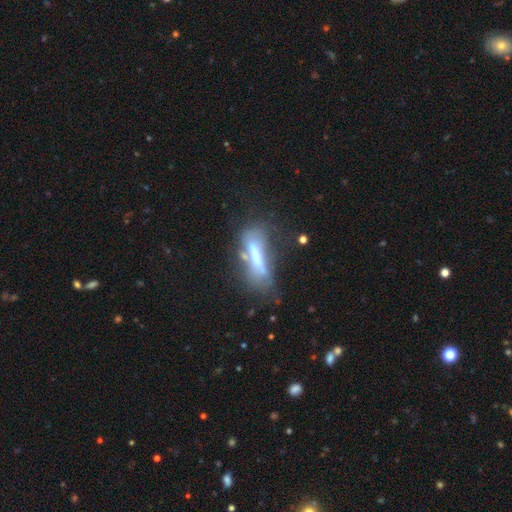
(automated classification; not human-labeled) Overall: featured or disk (49%; smooth 40%). Merging: none (40%; major disturbance 24%).